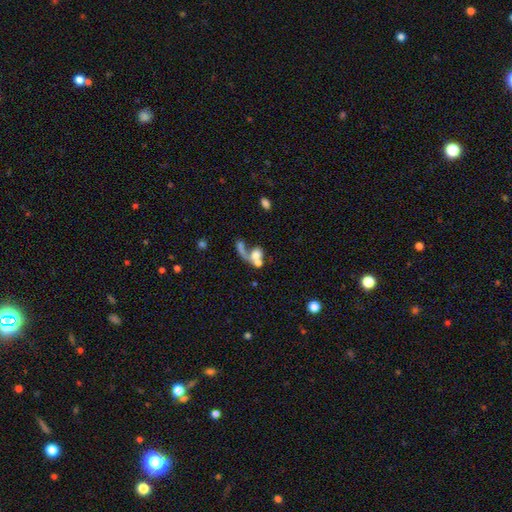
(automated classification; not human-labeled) A smooth galaxy with no disk features (54%) that is round (48%). Merging: merger (53%).